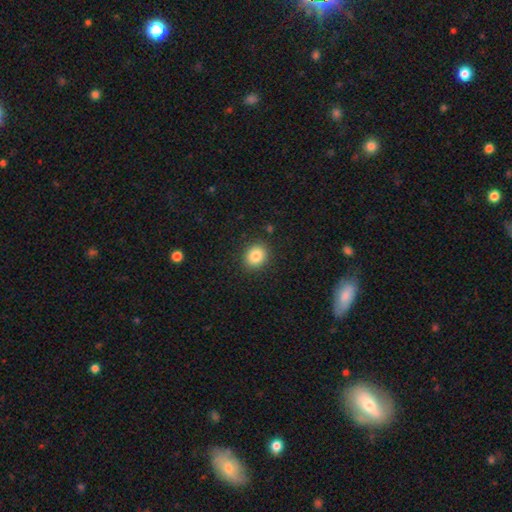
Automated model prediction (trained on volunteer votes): smooth-or-featured: smooth: 84% | star or artifact: 10% | featured or disk: 6%
  how-rounded: round: 69% | in between: 30% | cigar-shaped: 1%
  merging: none: 90% | minor disturbance: 7% | major disturbance: 2% | merger: 1%